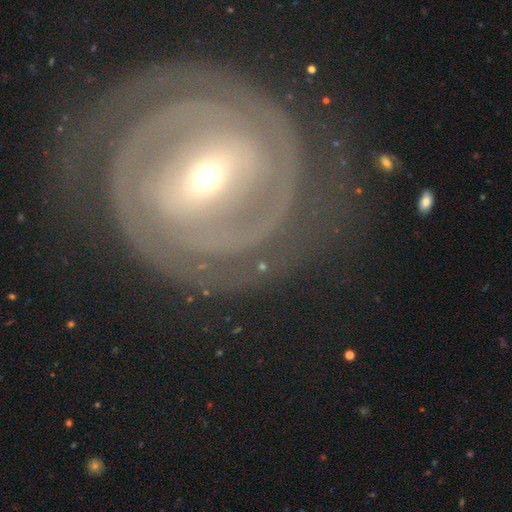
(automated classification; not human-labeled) Smooth or featured: featured or disk — 89% (smooth — 6%)
Edge-on disk: no — 96% (yes — 4%)
Bar: strong — 50% (weak — 32%)
Spiral arms: yes — 95% (no — 5%)
Spiral winding: tight — 80% (medium — 17%)
Spiral arm count: 2 — 57% (can't tell — 18%)
Bulge size: small — 60% (moderate — 35%)
Merging: none — 77% (minor disturbance — 12%)